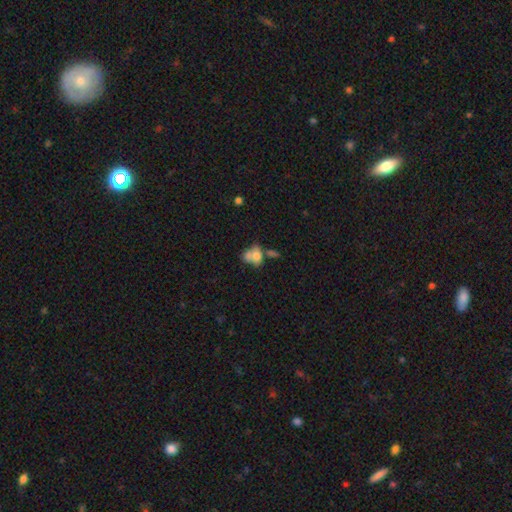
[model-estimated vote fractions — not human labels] Smooth or featured? Predicted: smooth (p=0.65). How rounded? Predicted: in between (p=0.59). Merging? Predicted: merger (p=0.49).